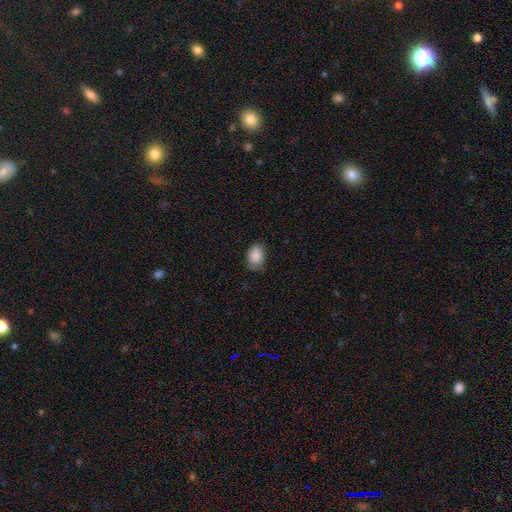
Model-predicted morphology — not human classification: Overall: smooth (87%). How rounded: in between (77%). Merging: none (61%; minor disturbance 31%).